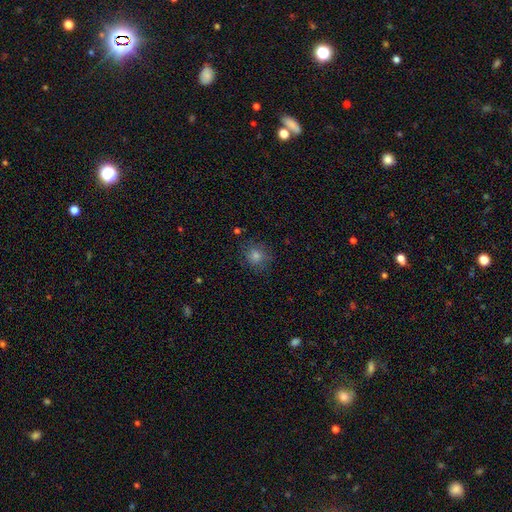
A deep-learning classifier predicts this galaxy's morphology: Smooth or featured: smooth — 68% (star or artifact — 21%)
How rounded: round — 87% (in between — 12%)
Merging: none — 82% (minor disturbance — 12%)